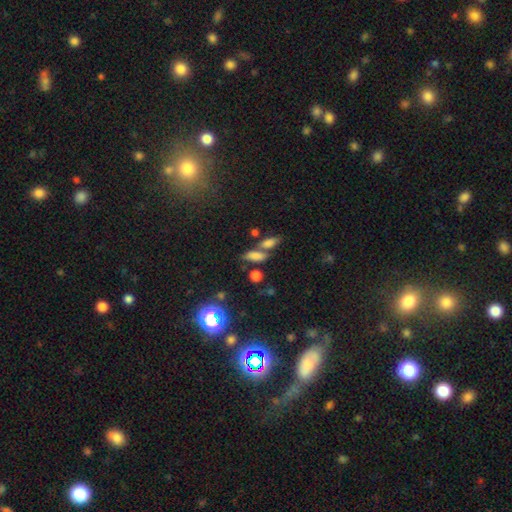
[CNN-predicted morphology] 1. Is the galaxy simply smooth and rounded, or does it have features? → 70% smooth, 18% star or artifact, 12% featured or disk.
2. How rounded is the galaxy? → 68% in between, 23% cigar-shaped, 8% round.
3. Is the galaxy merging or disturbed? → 46% none, 35% merger, 13% minor disturbance, 6% major disturbance.